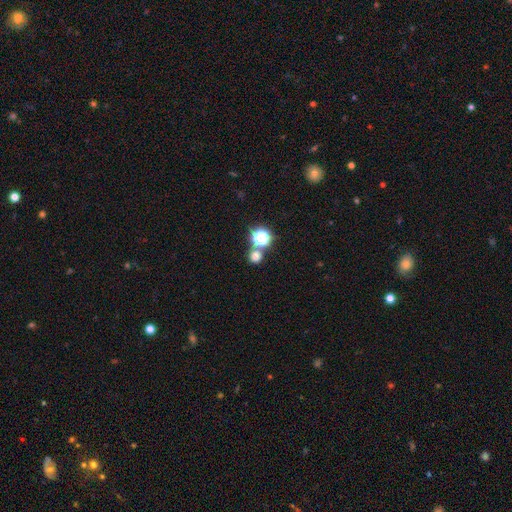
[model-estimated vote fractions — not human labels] Smooth or featured?
  - smooth: 68% *
  - star or artifact: 26%
  - featured or disk: 6%
How rounded?
  - round: 87% *
  - in between: 12%
  - cigar-shaped: 1%
Merging?
  - none: 69% *
  - merger: 21%
  - minor disturbance: 7%
  - major disturbance: 3%